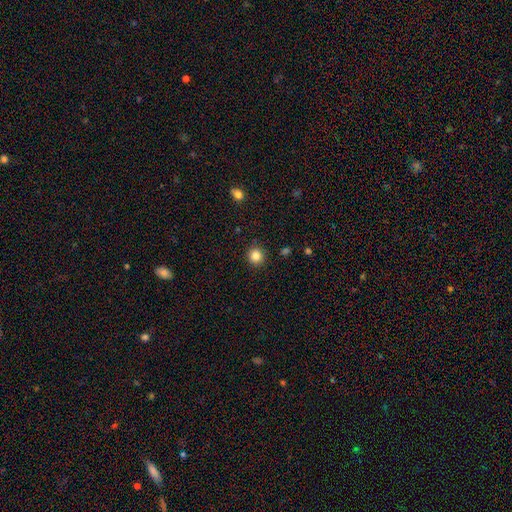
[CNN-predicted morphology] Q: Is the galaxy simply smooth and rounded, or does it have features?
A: smooth — 84%.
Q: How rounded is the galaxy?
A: round — 93%.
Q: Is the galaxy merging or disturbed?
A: none — 91%.